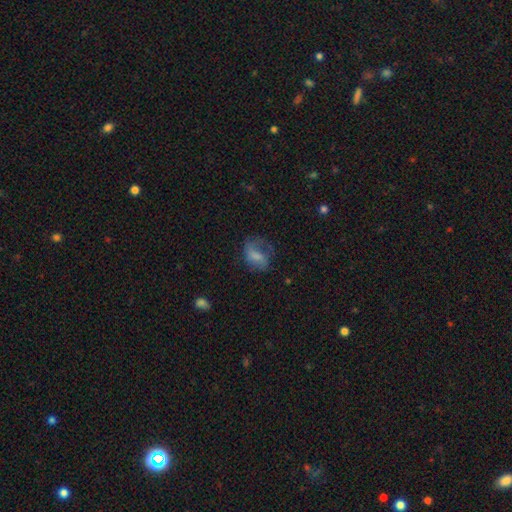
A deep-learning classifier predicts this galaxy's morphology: smooth 53%, featured or disk 37%, star or artifact 11%. Down the decision tree: how rounded — in between (75%); merging — none (37%).